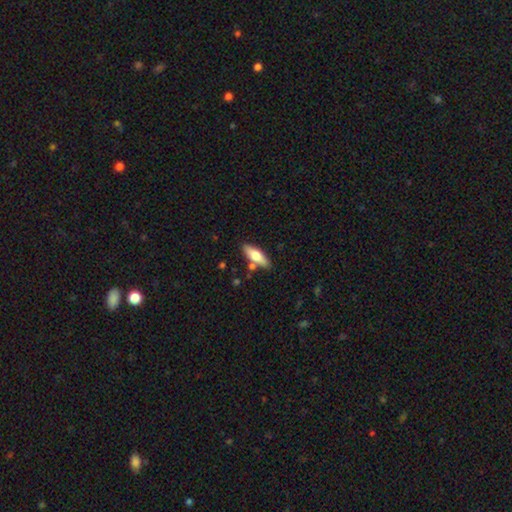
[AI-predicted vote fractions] Smooth or featured? smooth (66%)
How rounded? in between (57%)
Merging? none (78%)